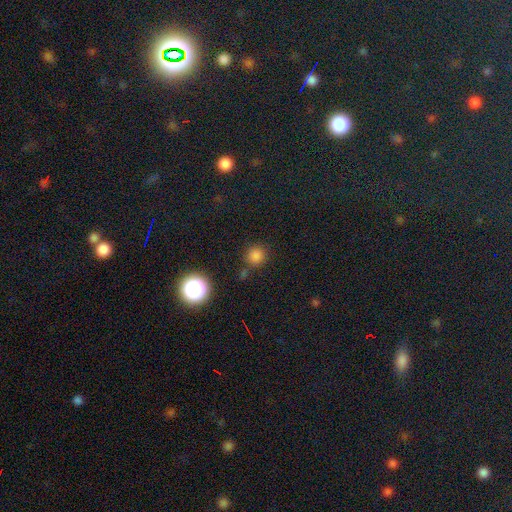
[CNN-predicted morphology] Smooth or featured? Predicted: smooth (p=0.77). How rounded? Predicted: round (p=0.93). Merging? Predicted: none (p=0.81).